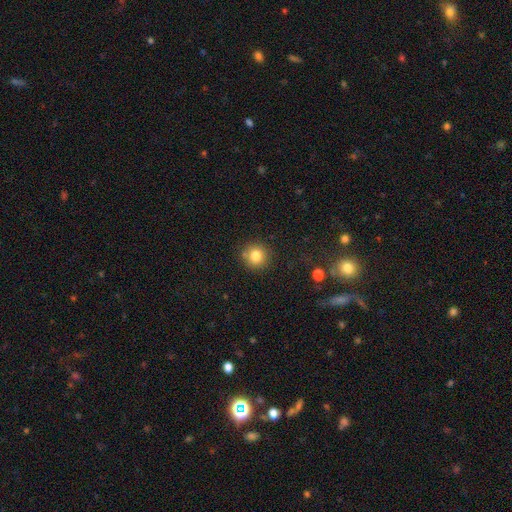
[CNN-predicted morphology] Smooth or featured: smooth — 81% (star or artifact — 12%)
How rounded: round — 93% (in between — 6%)
Merging: none — 84% (minor disturbance — 9%)